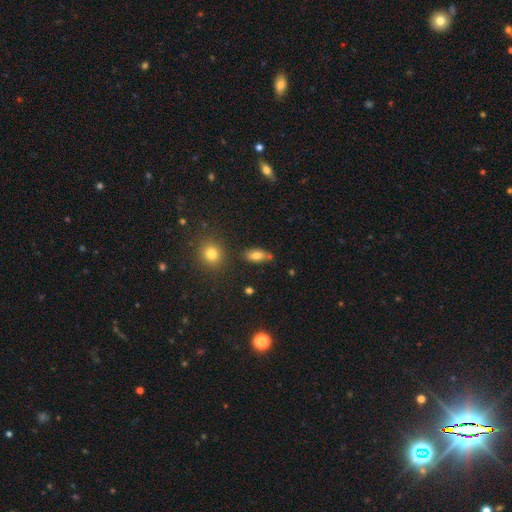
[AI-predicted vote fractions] Smooth or featured? Predicted: smooth (p=0.76). How rounded? Predicted: in between (p=0.83). Merging? Predicted: none (p=0.72).